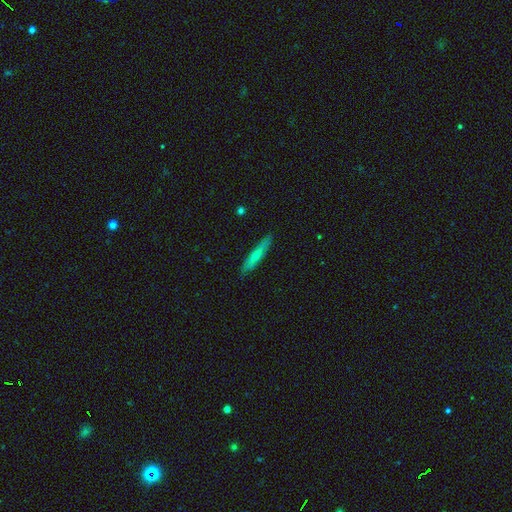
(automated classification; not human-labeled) Overall: featured or disk (48%; smooth 45%). Merging: none (89%).